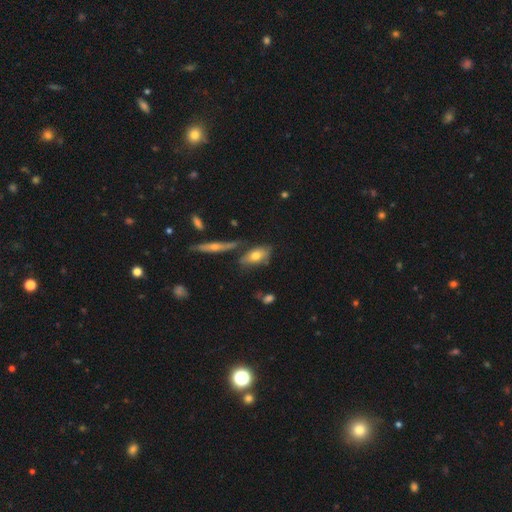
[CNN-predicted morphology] smooth 65%, featured or disk 27%, star or artifact 8%. Down the decision tree: how rounded — in between (81%); merging — none (56%).